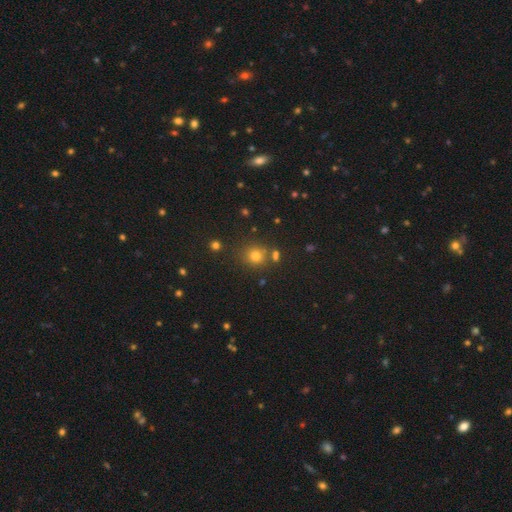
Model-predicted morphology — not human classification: smooth 72%, star or artifact 21%, featured or disk 7%. Down the decision tree: how rounded — round (86%); merging — none (73%).